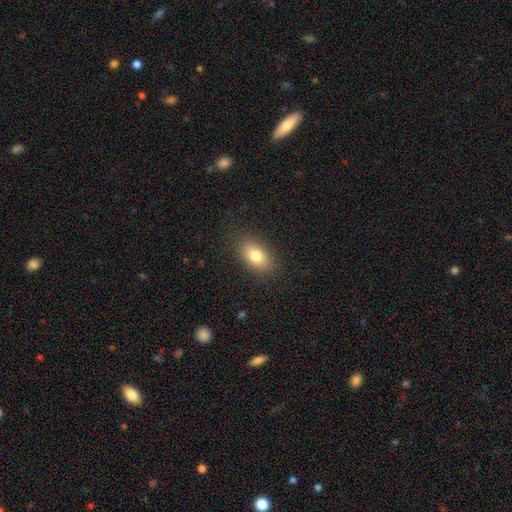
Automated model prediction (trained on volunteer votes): Smooth or featured?
  - smooth: 80% *
  - featured or disk: 12%
  - star or artifact: 9%
How rounded?
  - in between: 89% *
  - round: 9%
  - cigar-shaped: 3%
Merging?
  - none: 85% *
  - minor disturbance: 10%
  - major disturbance: 3%
  - merger: 1%